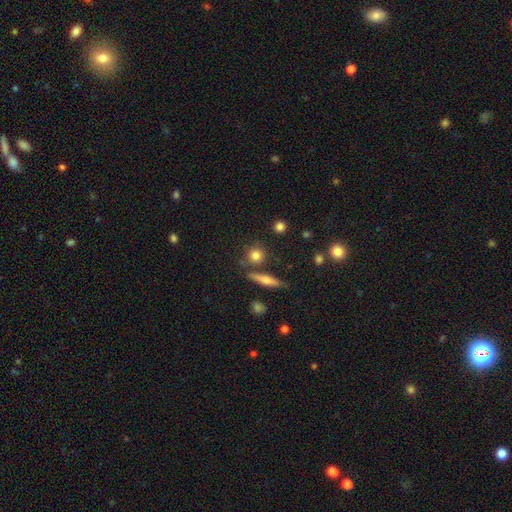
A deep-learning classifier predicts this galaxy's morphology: Smooth or featured? smooth (77%)
How rounded? round (84%)
Merging? none (76%)